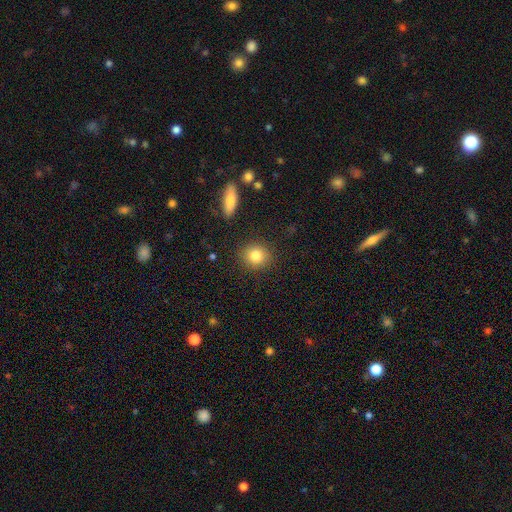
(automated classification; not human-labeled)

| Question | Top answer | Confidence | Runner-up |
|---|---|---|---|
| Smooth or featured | smooth | 82% | star or artifact (10%) |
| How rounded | round | 82% | in between (16%) |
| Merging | none | 88% | minor disturbance (7%) |